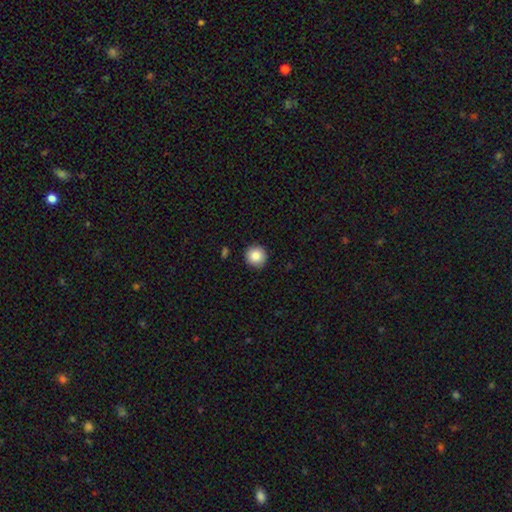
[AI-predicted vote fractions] A smooth galaxy with no disk features (86%) that is round (94%).

Vote fractions:
- Smooth or featured? smooth: 86% / star or artifact: 9% / featured or disk: 5%
- How rounded? round: 94% / in between: 5% / cigar-shaped: 1%
- Merging? none: 90% / minor disturbance: 7% / major disturbance: 2% / merger: 1%